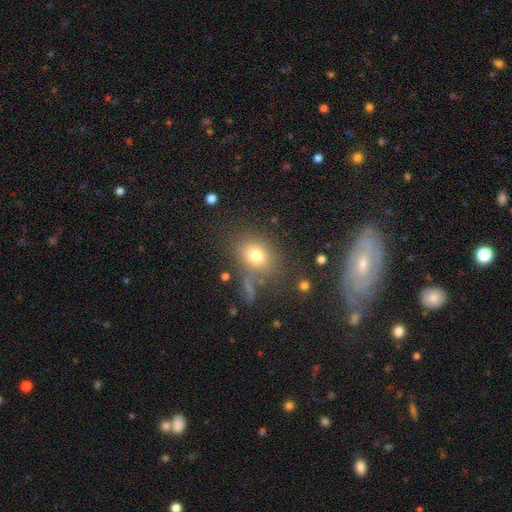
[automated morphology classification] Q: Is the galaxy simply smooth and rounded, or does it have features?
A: smooth — 74%.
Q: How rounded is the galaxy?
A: in between — 51%.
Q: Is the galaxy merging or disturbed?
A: none — 68%.